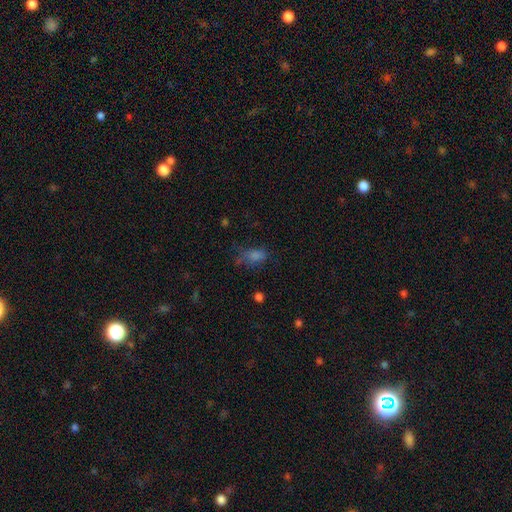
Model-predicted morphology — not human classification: Smooth or featured? smooth (67%)
How rounded? in between (79%)
Merging? none (48%)